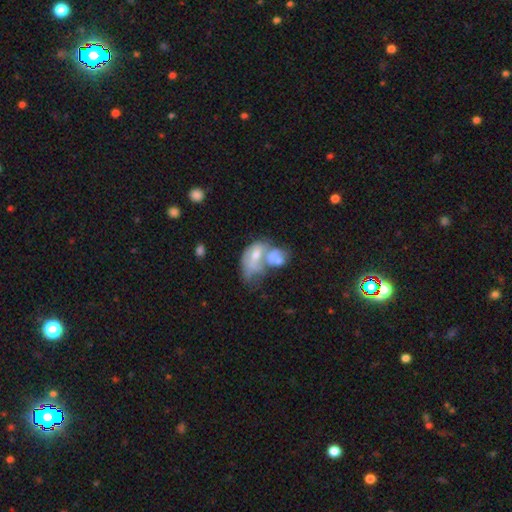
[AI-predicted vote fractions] This appears to be a featured or disk galaxy (50%). Merging: merger (62%).